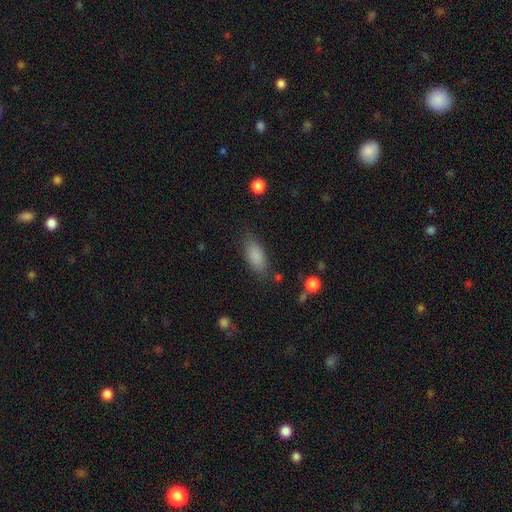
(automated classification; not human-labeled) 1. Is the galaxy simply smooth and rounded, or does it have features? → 87% smooth, 7% star or artifact, 5% featured or disk.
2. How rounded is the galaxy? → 85% in between, 12% cigar-shaped, 3% round.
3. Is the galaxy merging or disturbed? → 82% none, 12% minor disturbance, 4% major disturbance, 2% merger.